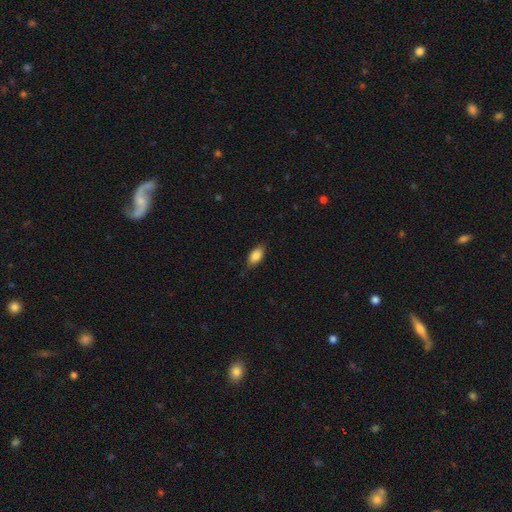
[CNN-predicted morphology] A smooth galaxy with no disk features (85%) that is in between round and cigar-shaped (91%).

Vote fractions:
- Smooth or featured? smooth: 85% / featured or disk: 8% / star or artifact: 7%
- How rounded? in between: 91% / cigar-shaped: 5% / round: 4%
- Merging? none: 82% / minor disturbance: 14% / major disturbance: 3% / merger: 1%